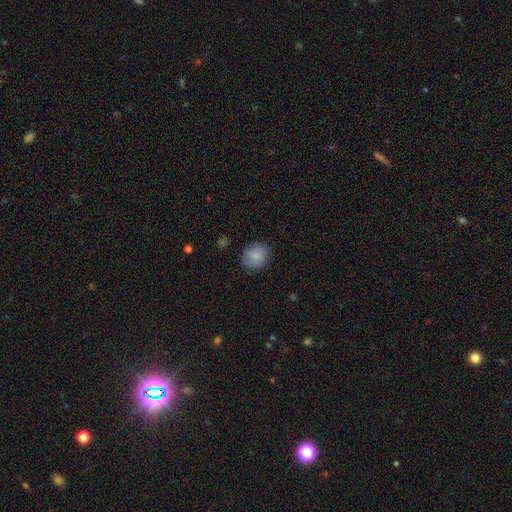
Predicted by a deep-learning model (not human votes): Overall: smooth (84%). How rounded: round (68%; in between 31%). Merging: none (80%).